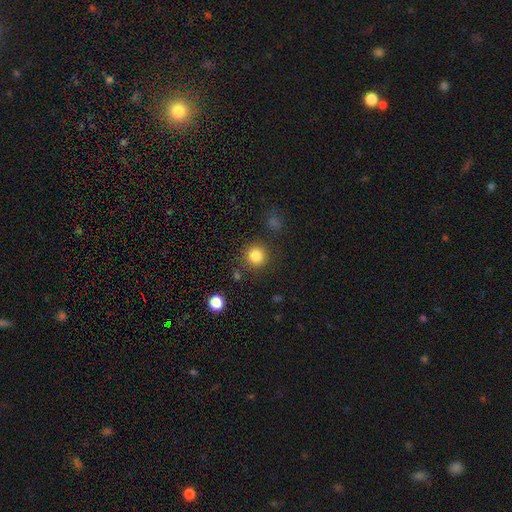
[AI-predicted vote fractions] smooth_or_featured: smooth (p=0.84) [alt: star or artifact p=0.11]
how_rounded: round (p=0.94) [alt: in between p=0.05]
merging: none (p=0.85) [alt: minor disturbance p=0.08]